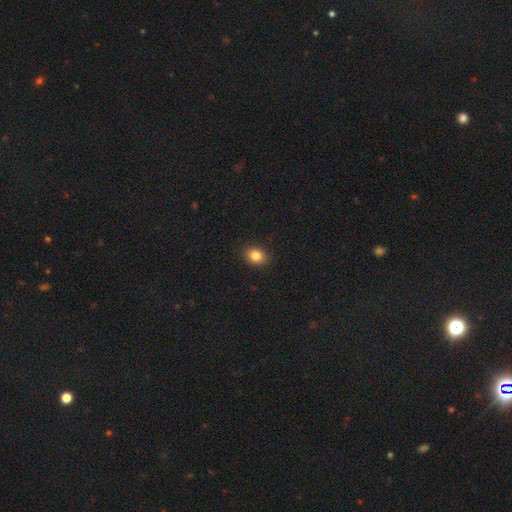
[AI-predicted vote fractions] smooth_or_featured: smooth (p=0.83) [alt: star or artifact p=0.10]
how_rounded: in between (p=0.58) [alt: round p=0.41]
merging: none (p=0.90) [alt: minor disturbance p=0.07]